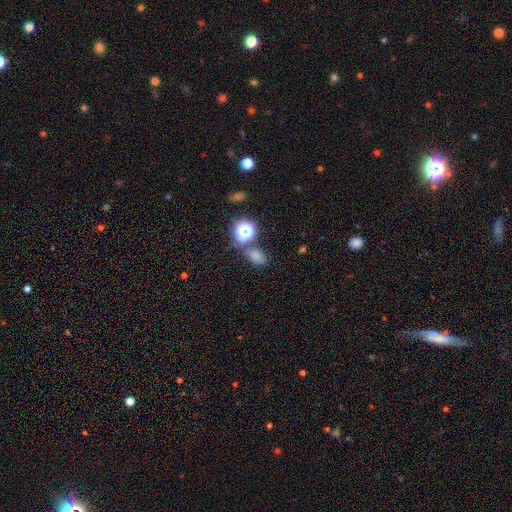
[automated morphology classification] A smooth galaxy with no disk features (67%) that is in between round and cigar-shaped (71%). Merging: none (66%).